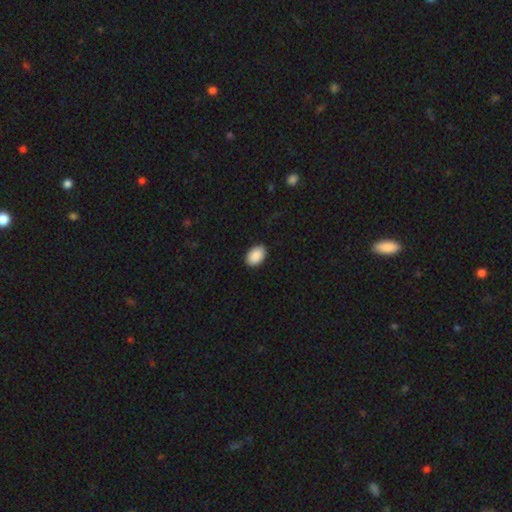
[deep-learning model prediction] A smooth galaxy with no disk features (91%) that is in between round and cigar-shaped (88%).

Vote fractions:
- Smooth or featured? smooth: 91% / star or artifact: 7% / featured or disk: 3%
- How rounded? in between: 88% / round: 11% / cigar-shaped: 1%
- Merging? none: 90% / minor disturbance: 7% / major disturbance: 2% / merger: 1%